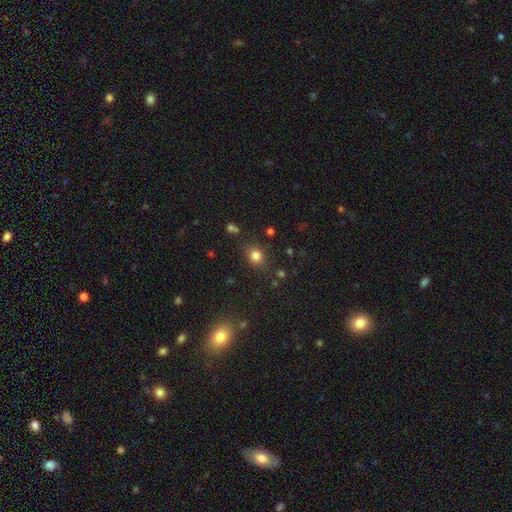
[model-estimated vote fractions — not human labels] A smooth galaxy with no disk features (78%) that is round (66%).

Vote fractions:
- Smooth or featured? smooth: 78% / star or artifact: 15% / featured or disk: 7%
- How rounded? round: 66% / in between: 33% / cigar-shaped: 1%
- Merging? none: 78% / minor disturbance: 13% / major disturbance: 4% / merger: 4%